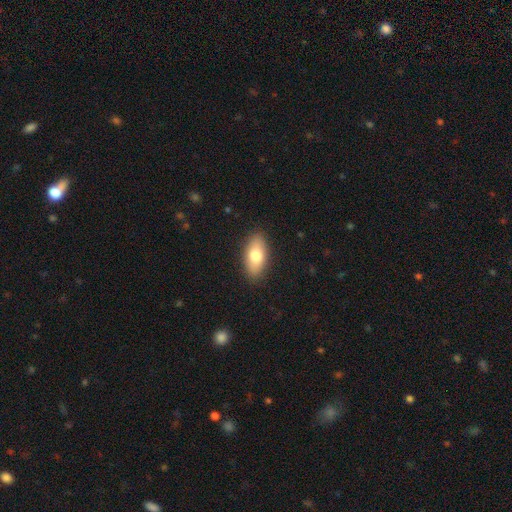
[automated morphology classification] A smooth galaxy with no disk features (75%) that is in between round and cigar-shaped (86%).

Vote fractions:
- Smooth or featured? smooth: 75% / featured or disk: 18% / star or artifact: 6%
- How rounded? in between: 86% / cigar-shaped: 10% / round: 4%
- Merging? none: 88% / minor disturbance: 8% / major disturbance: 2% / merger: 1%